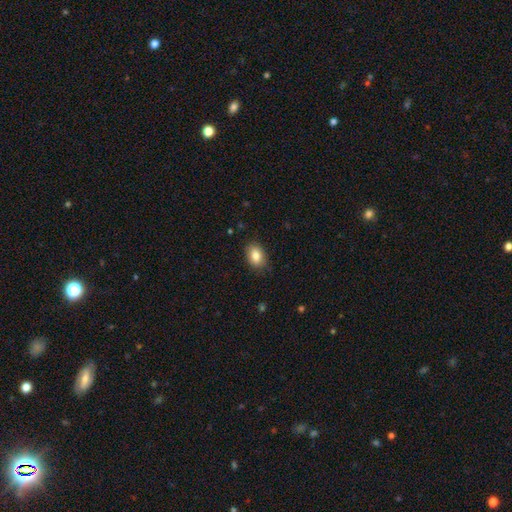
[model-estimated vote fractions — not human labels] Overall: smooth (85%). How rounded: in between (84%). Merging: none (84%).